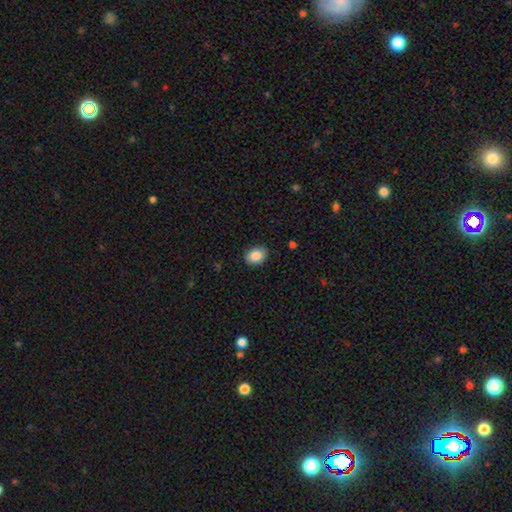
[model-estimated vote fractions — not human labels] This appears to be a smooth galaxy with no disk features (87%) that is in between round and cigar-shaped (67%). Merging: none (88%).